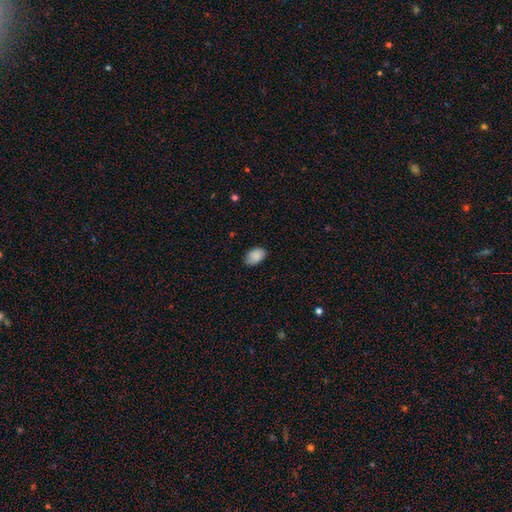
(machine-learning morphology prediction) Overall: smooth (88%). How rounded: in between (89%). Merging: none (80%).